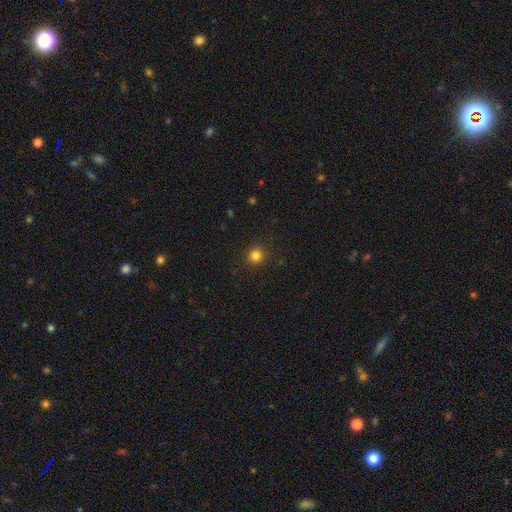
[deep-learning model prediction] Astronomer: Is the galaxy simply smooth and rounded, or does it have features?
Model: smooth — 83%.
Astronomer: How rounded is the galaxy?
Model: round — 93%.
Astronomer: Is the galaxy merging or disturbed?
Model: none — 92%.